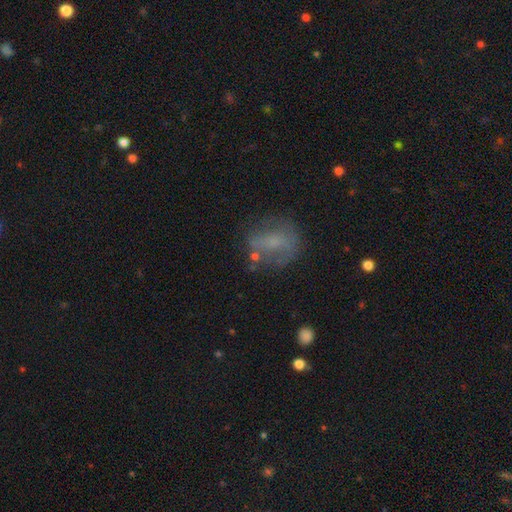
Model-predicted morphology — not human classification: Overall: smooth (47%; featured or disk 39%). Merging: none (54%; minor disturbance 23%).